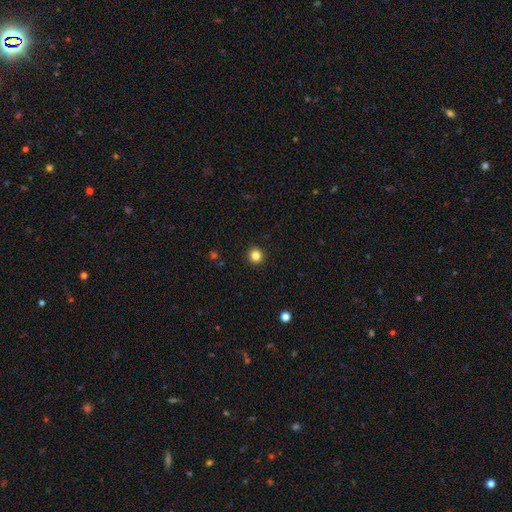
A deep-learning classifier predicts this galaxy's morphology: smooth 83%, star or artifact 12%, featured or disk 5%. Down the decision tree: how rounded — round (95%); merging — none (94%).